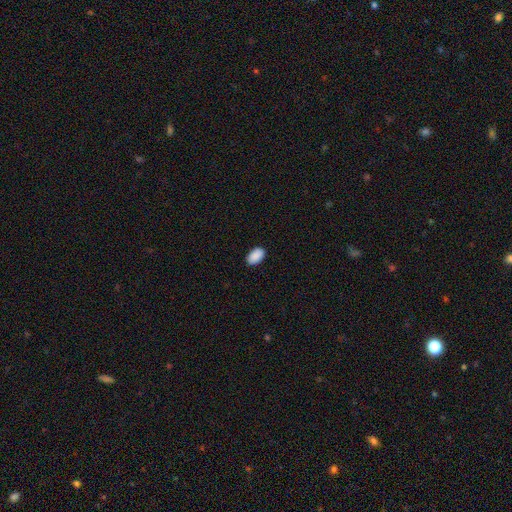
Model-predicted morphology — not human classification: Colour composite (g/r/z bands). It shows a smooth galaxy with no disk features (91%) that is in between round and cigar-shaped (93%). Merging: none (89%).